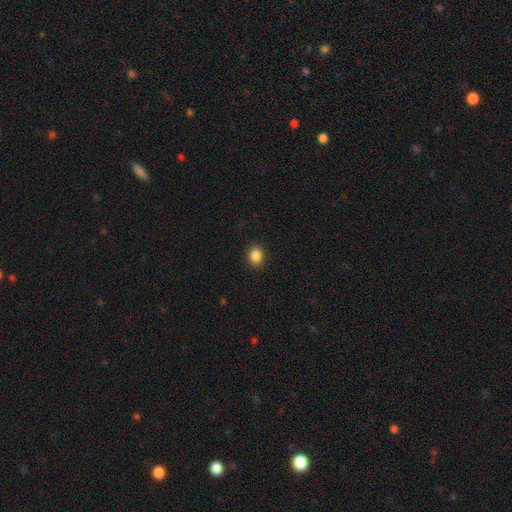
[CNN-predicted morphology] smooth_or_featured: smooth (p=0.87) [alt: star or artifact p=0.10]
how_rounded: round (p=0.64) [alt: in between p=0.35]
merging: none (p=0.91) [alt: minor disturbance p=0.06]